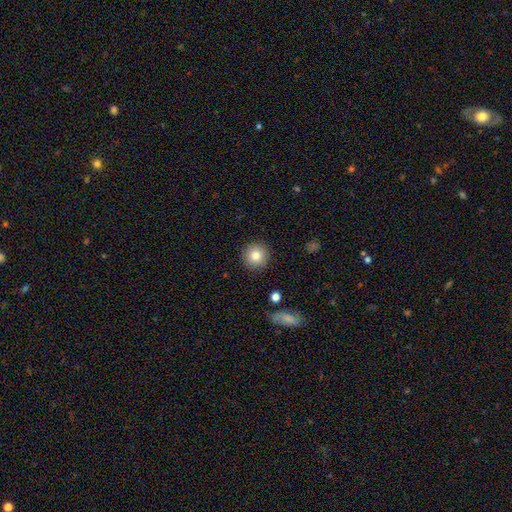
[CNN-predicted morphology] type=smooth (82%); roundness=round (94%); merging=none (90%).